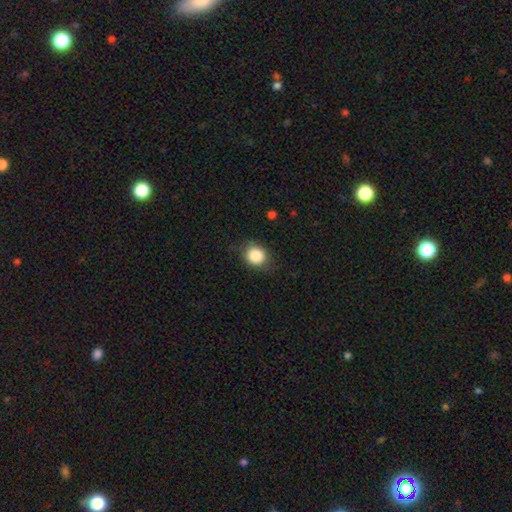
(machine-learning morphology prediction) The model was most divided on "how rounded": round: 76%, in between: 23%, cigar-shaped: 1%. More confident: smooth or featured — smooth (85%); merging — none (79%).